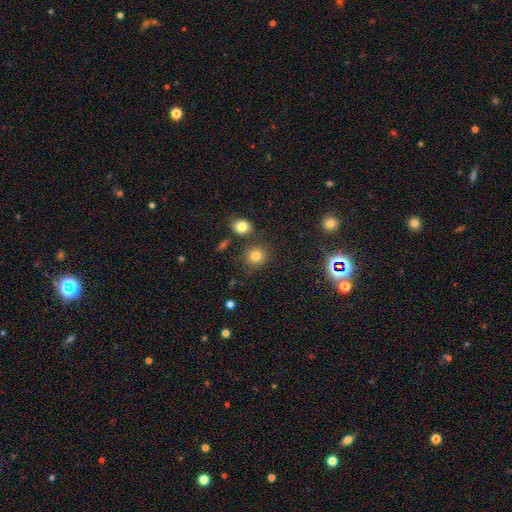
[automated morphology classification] Overall: smooth (79%). How rounded: round (88%). Merging: none (81%).